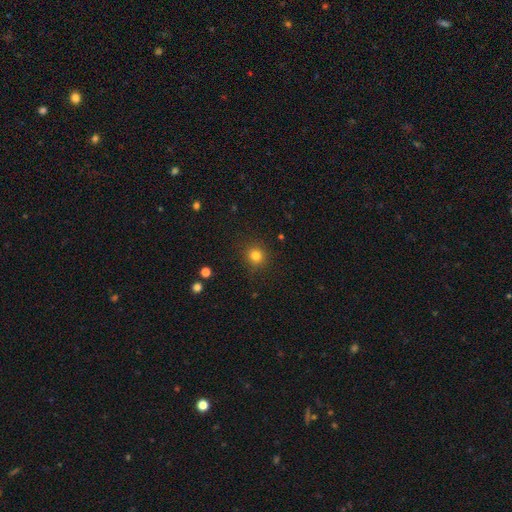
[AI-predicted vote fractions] A smooth galaxy with no disk features (82%) that is round (92%). Merging: none (90%).